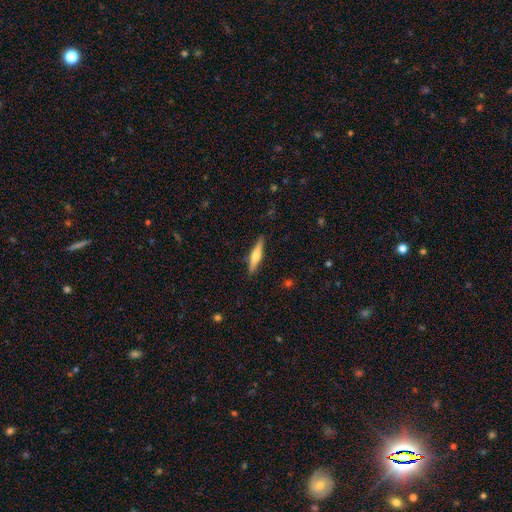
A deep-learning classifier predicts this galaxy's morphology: A featured or disk galaxy (61%) viewed edge-on (97%) with a rounded central bulge (90%). Merging: none (90%).